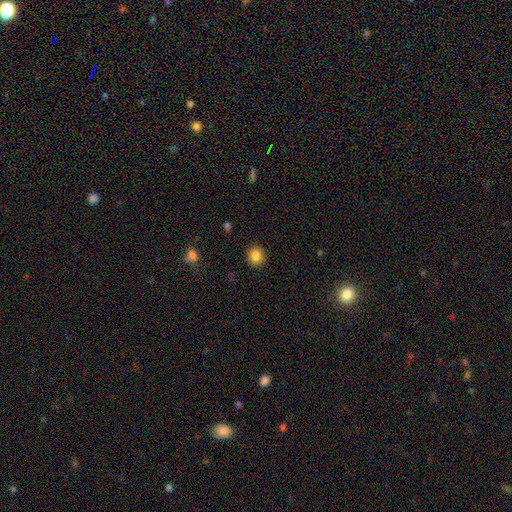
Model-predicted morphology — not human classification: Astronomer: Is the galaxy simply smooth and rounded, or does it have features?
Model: smooth — 85%.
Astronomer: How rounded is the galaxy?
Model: round — 77%.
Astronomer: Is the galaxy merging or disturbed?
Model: none — 90%.